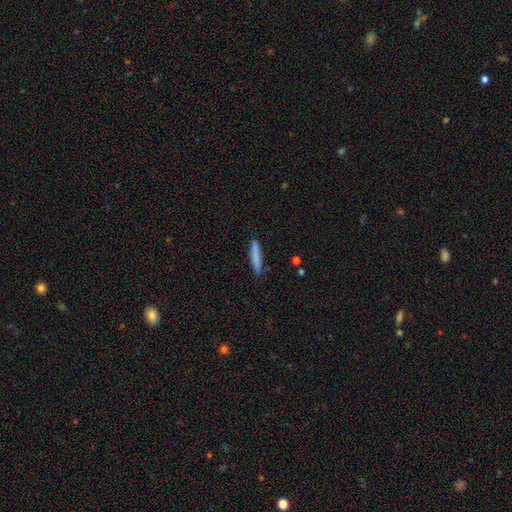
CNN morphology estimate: smooth_or_featured: smooth (p=0.81) [alt: featured or disk p=0.13]
how_rounded: cigar-shaped (p=0.93) [alt: in between p=0.06]
merging: none (p=0.89) [alt: minor disturbance p=0.08]